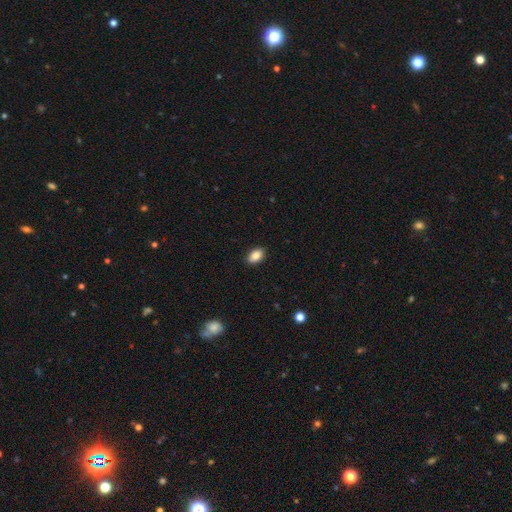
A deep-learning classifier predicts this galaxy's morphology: smooth 87%, star or artifact 8%, featured or disk 5%. Down the decision tree: how rounded — in between (90%); merging — none (89%).